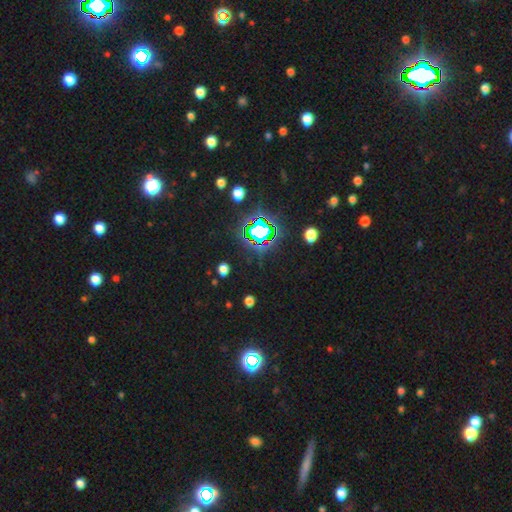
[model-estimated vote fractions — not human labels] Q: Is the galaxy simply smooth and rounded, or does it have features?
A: star or artifact — 82%.